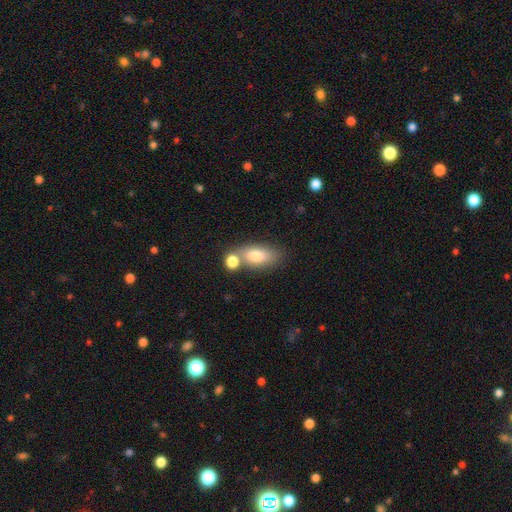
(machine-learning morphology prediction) Overall: smooth (76%). How rounded: in between (80%). Merging: none (59%; merger 22%).